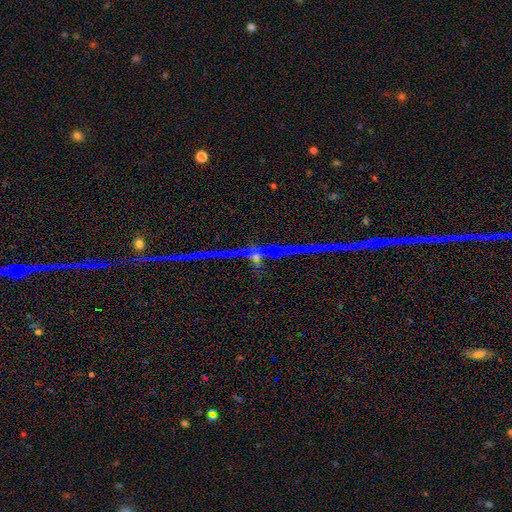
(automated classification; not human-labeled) Q: Smooth or featured?
A: star or artifact (59%); runner-up: featured or disk (31%)